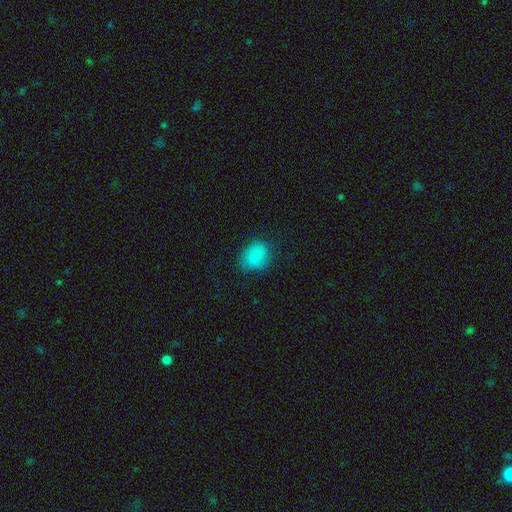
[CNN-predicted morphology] Smooth or featured? Predicted: smooth (p=0.83). How rounded? Predicted: in between (p=0.51). Merging? Predicted: none (p=0.69).